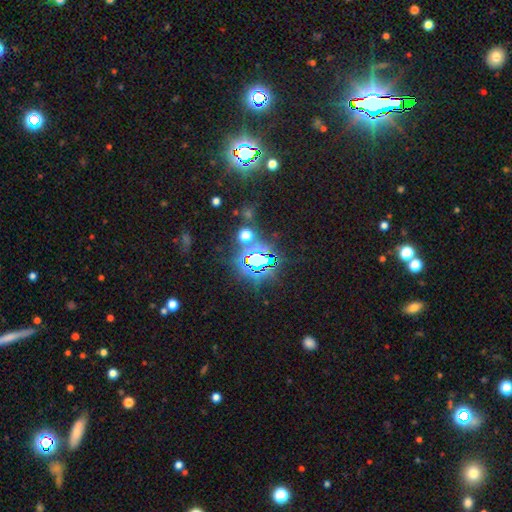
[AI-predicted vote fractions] This appears to be a star or artifact, not a galaxy (77%).